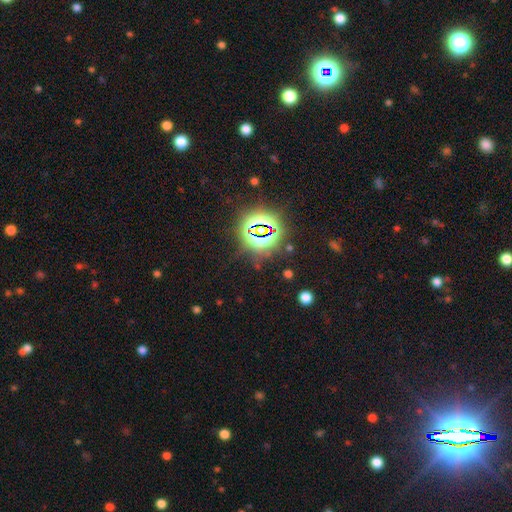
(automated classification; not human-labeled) A star or artifact, not a galaxy (84%).

Vote fractions:
- Smooth or featured? star or artifact: 84% / smooth: 9% / featured or disk: 6%